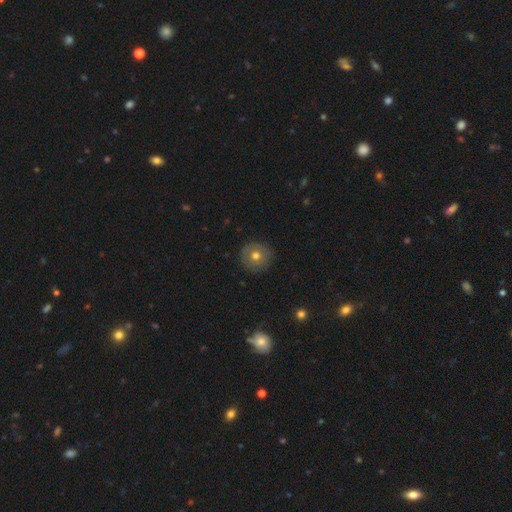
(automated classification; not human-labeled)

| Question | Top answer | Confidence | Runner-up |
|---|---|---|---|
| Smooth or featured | smooth | 66% | featured or disk (24%) |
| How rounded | round | 94% | in between (5%) |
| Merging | none | 88% | minor disturbance (9%) |